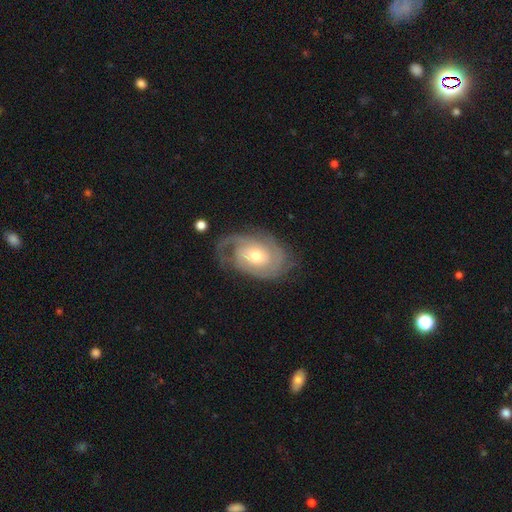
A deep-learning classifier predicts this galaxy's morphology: The model was most divided on "spiral arm count": 2: 47%, can't tell: 21%, 3: 16%, 1: 9%, 4: 4%, more than 4: 3%. More confident: edge-on disk — no (96%); spiral arms — yes (94%); smooth or featured — featured or disk (84%); bulge size — moderate (69%); merging — none (67%); bar — no (66%); spiral winding — tight (59%).